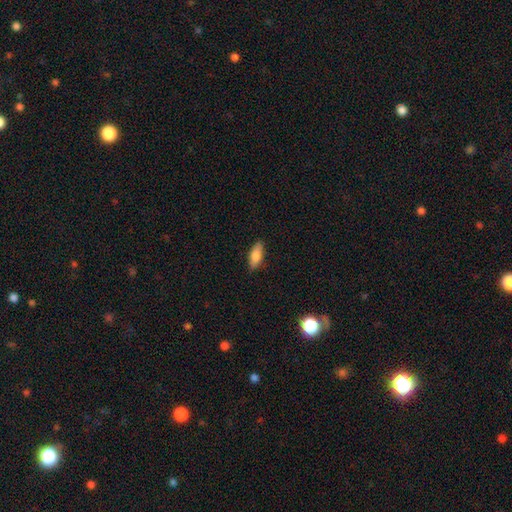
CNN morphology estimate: Smooth or featured? Predicted: smooth (p=0.79). How rounded? Predicted: in between (p=0.75). Merging? Predicted: none (p=0.84).